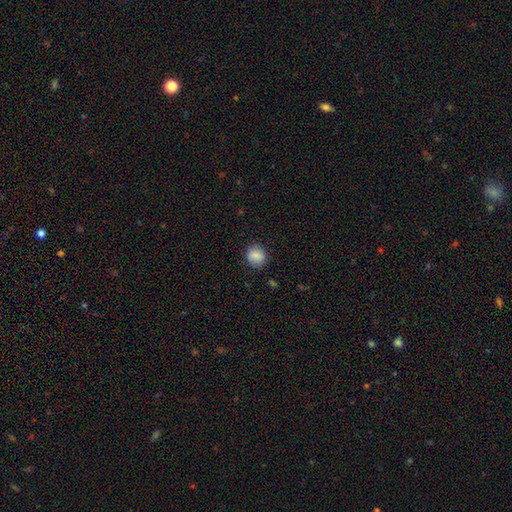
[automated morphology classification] This appears to be a smooth galaxy with no disk features (87%) that is round (77%). Merging: none (85%).